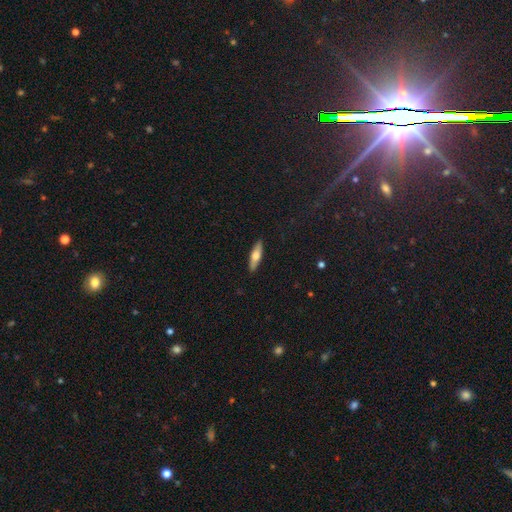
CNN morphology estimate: Smooth or featured: smooth — 56% (featured or disk — 38%)
How rounded: cigar-shaped — 65% (in between — 33%)
Merging: none — 90% (minor disturbance — 7%)